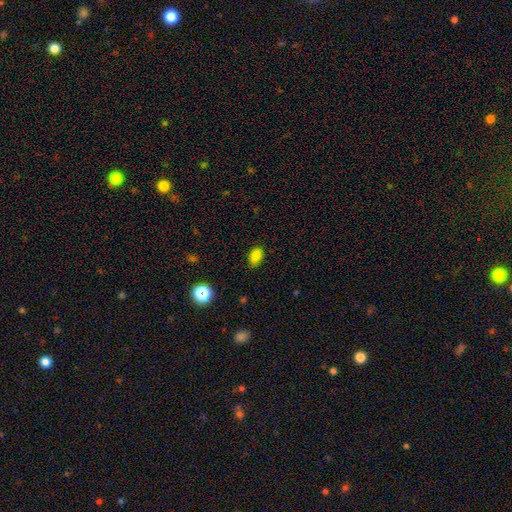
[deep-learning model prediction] Overall: smooth (82%). How rounded: in between (84%). Merging: none (81%).